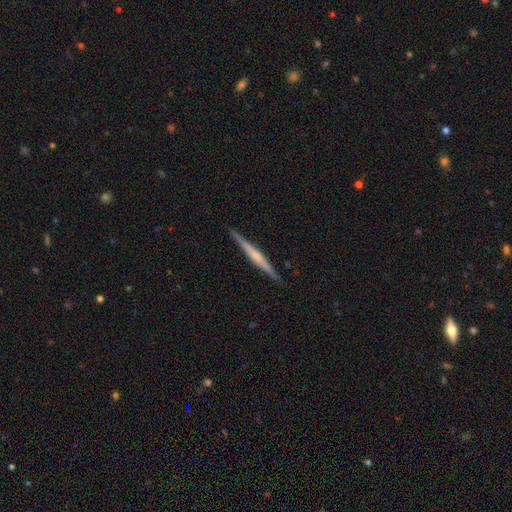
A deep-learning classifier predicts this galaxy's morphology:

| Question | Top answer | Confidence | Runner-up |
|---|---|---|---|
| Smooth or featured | featured or disk | 64% | smooth (31%) |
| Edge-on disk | yes | 98% | no (2%) |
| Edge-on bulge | none | 40% | rounded (39%) |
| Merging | none | 91% | minor disturbance (7%) |